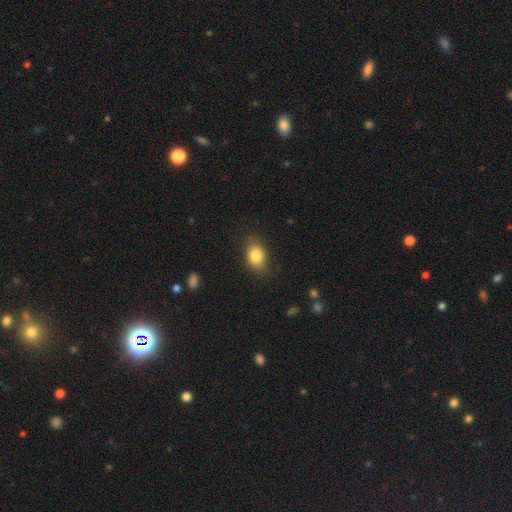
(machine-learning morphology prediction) A smooth galaxy with no disk features (83%) that is in between round and cigar-shaped (80%). Merging: none (79%).